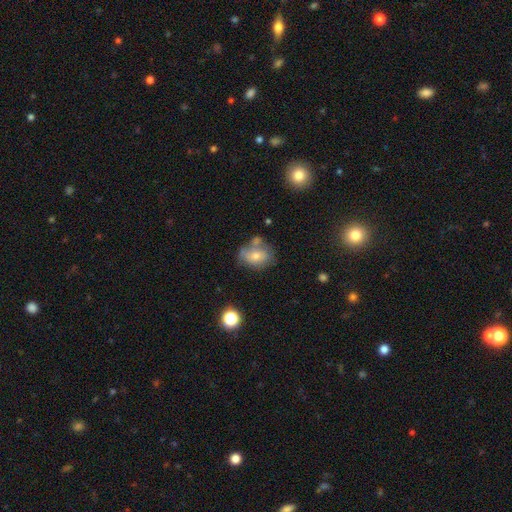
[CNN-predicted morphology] Q: Smooth or featured?
A: smooth (64%); runner-up: featured or disk (27%)
Q: How rounded?
A: in between (58%); runner-up: round (41%)
Q: Merging?
A: none (45%); runner-up: minor disturbance (24%)